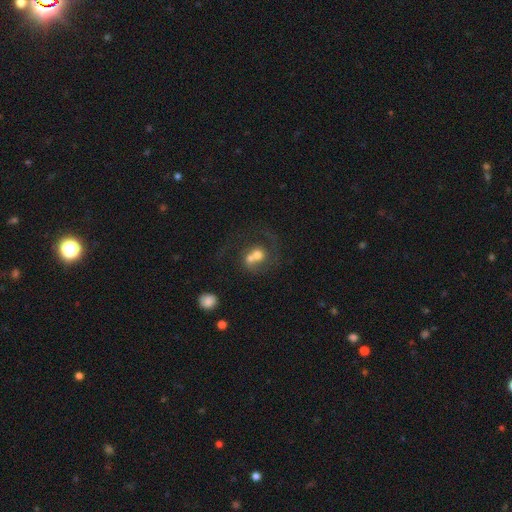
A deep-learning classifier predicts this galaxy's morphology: Overall: featured or disk (47%; smooth 43%). Merging: merger (66%).